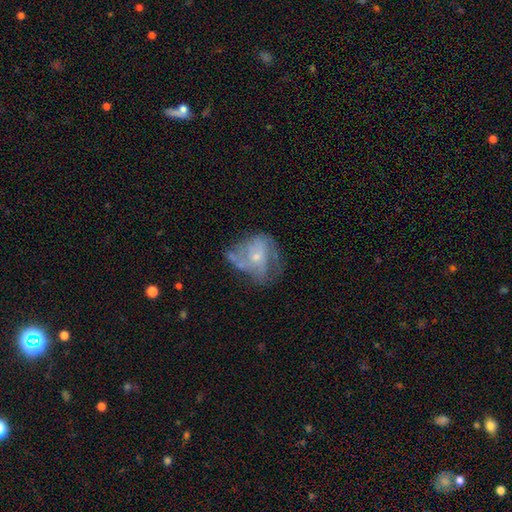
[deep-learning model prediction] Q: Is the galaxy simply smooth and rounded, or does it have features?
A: featured or disk — 66%.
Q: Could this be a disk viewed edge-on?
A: no — 98%.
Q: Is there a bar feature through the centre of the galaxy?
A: no — 72%.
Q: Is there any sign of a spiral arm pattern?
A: yes — 67%.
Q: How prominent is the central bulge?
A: small — 65%.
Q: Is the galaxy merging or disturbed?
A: none — 37%.